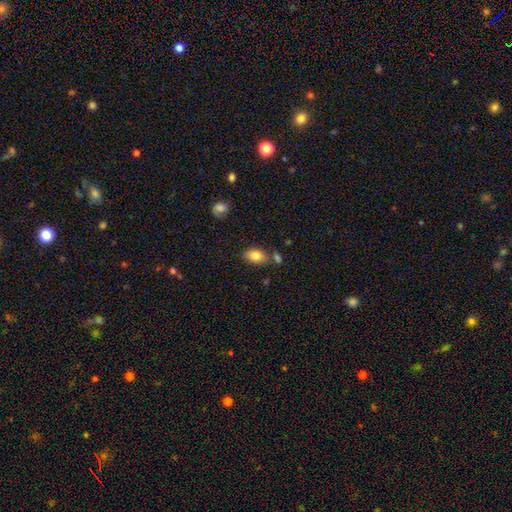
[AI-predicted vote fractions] smooth_or_featured: smooth (p=0.82) [alt: featured or disk p=0.10]
how_rounded: in between (p=0.86) [alt: round p=0.12]
merging: none (p=0.70) [alt: minor disturbance p=0.15]